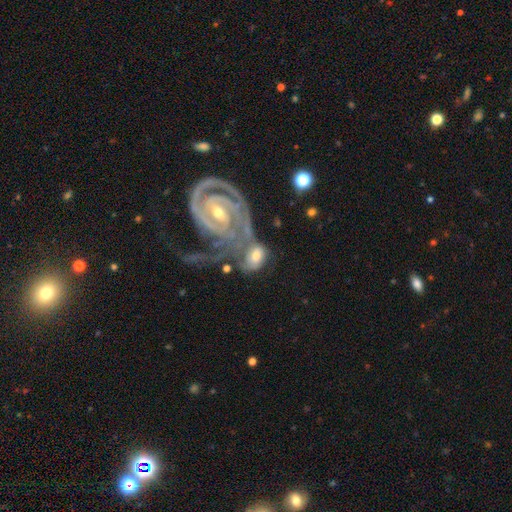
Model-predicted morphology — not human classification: Q: Smooth or featured?
A: featured or disk (58%); runner-up: smooth (35%)
Q: Edge-on disk?
A: no (95%); runner-up: yes (5%)
Q: Bar?
A: no (43%); runner-up: weak (37%)
Q: Spiral arms?
A: yes (85%); runner-up: no (15%)
Q: Bulge size?
A: moderate (62%); runner-up: small (25%)
Q: Merging?
A: merger (44%); runner-up: none (28%)